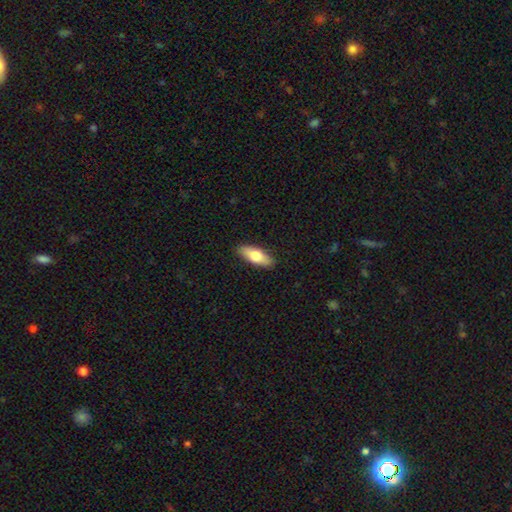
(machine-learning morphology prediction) smooth_or_featured: smooth (p=0.72) [alt: featured or disk p=0.23]
how_rounded: in between (p=0.72) [alt: cigar-shaped p=0.25]
merging: none (p=0.88) [alt: minor disturbance p=0.09]